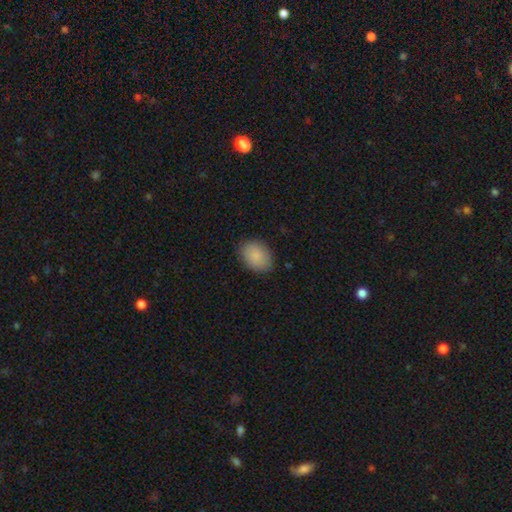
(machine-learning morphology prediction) This is clearly a smooth galaxy (88%). How rounded: likely in between (73%). Merging: clearly none (86%).